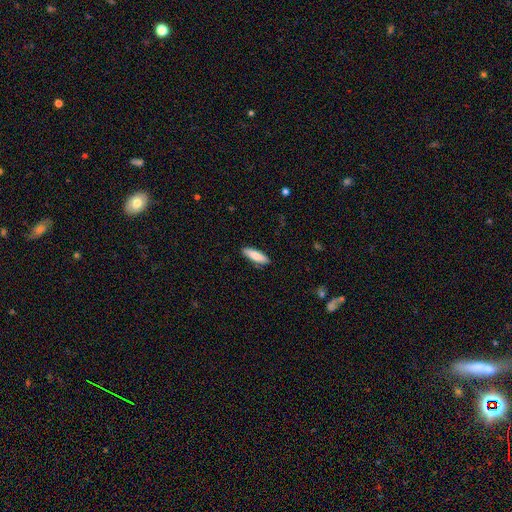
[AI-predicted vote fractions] smooth 84%, featured or disk 10%, star or artifact 6%. Down the decision tree: how rounded — cigar-shaped (49%, tied with in between); merging — none (88%).